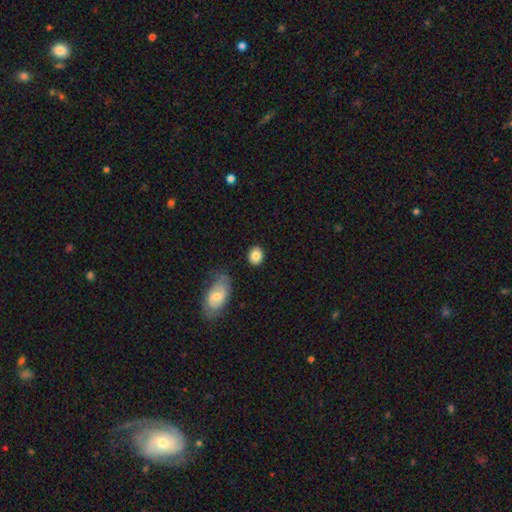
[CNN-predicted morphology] A smooth galaxy with no disk features (83%) that is round (62%). Merging: none (84%).